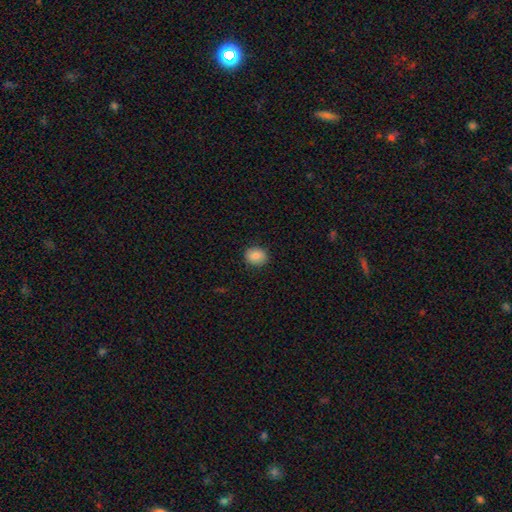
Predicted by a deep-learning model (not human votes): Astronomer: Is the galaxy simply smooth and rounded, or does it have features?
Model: smooth — 86%.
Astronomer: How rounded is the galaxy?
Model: round — 71%.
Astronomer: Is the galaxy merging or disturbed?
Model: none — 89%.